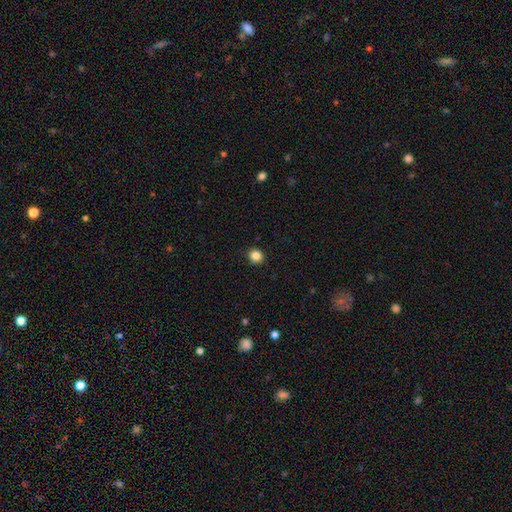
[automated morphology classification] This is clearly a smooth galaxy (85%). How rounded: clearly round (85%). Merging: clearly none (90%).